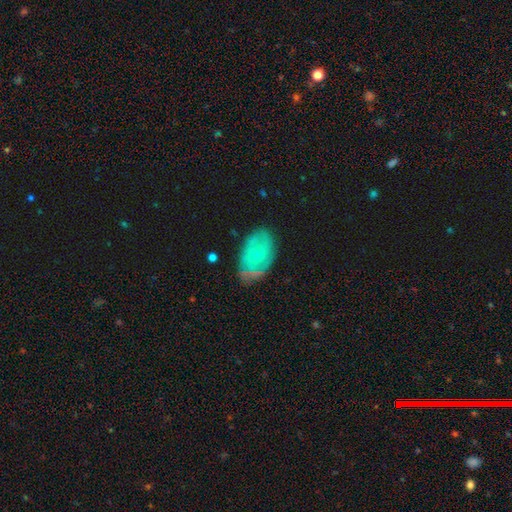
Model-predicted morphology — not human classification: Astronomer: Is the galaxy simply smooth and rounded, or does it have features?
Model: featured or disk — 57% (runner-up: smooth, 35%).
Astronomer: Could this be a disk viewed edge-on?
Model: no — 94%.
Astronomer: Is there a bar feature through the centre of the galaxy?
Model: no — 81%.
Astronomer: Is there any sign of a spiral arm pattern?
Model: yes — 56% (runner-up: no, 44%).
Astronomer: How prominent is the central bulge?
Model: small — 74%.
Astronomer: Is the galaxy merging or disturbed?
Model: none — 61%.